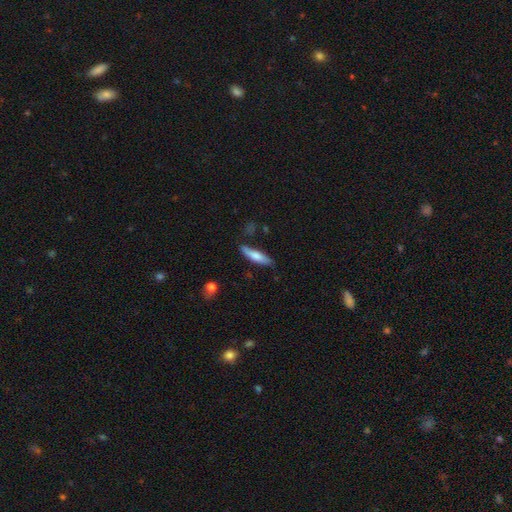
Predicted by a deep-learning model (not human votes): Smooth or featured? smooth (68%)
How rounded? cigar-shaped (68%)
Merging? none (72%)